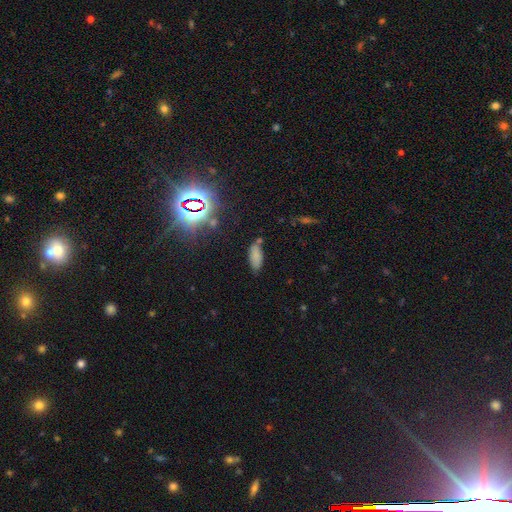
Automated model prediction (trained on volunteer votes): Overall: smooth (75%). How rounded: in between (81%). Merging: none (69%).